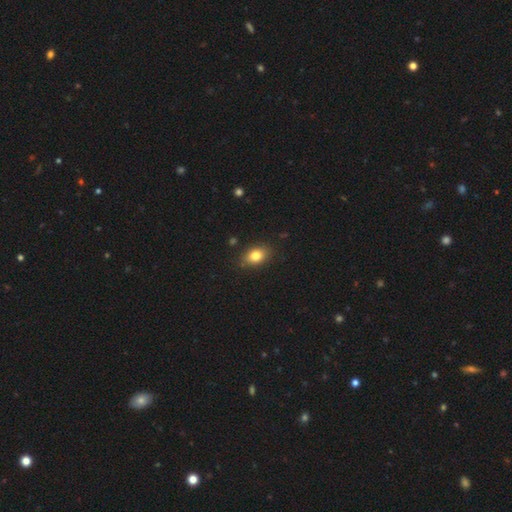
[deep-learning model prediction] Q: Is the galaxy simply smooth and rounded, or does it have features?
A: smooth — 82%.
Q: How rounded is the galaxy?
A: in between — 76%.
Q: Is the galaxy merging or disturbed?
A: none — 84%.